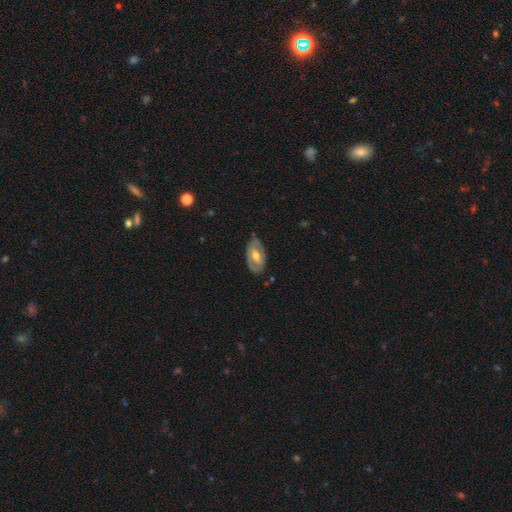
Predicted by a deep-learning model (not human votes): Morphology: type=featured or disk (65%); edge-on=no (92%); bar=weak (42%); spiral arms=yes (57%); bulge=moderate (71%); merging=none (74%).